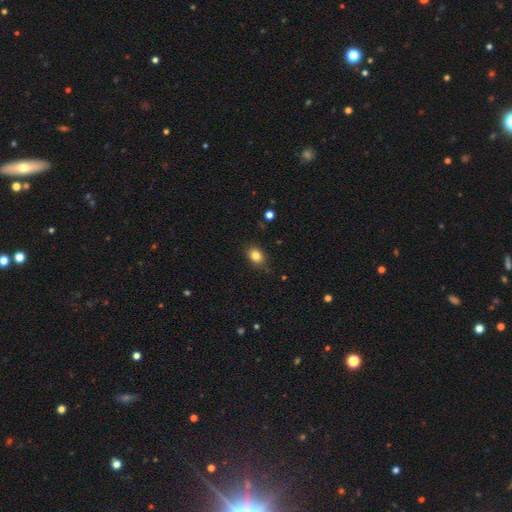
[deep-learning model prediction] The model was most divided on "how rounded": in between: 59%, round: 40%, cigar-shaped: 1%. More confident: smooth or featured — smooth (83%); merging — none (82%).